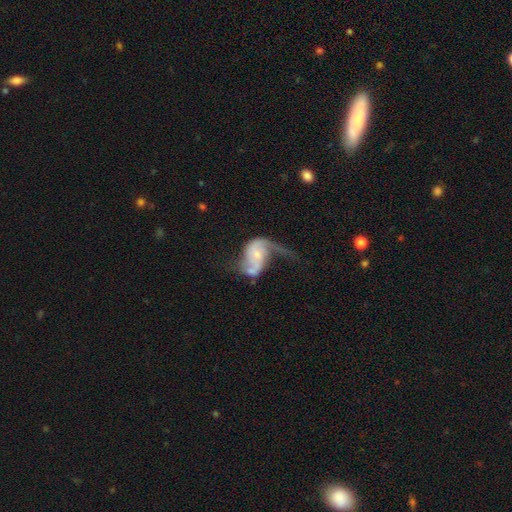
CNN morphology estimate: A featured or disk galaxy (81%) with no bar (56%), 2 (82%) loose (74%) spiral arms (90%) and a small central bulge (55%).

Vote fractions:
- Smooth or featured? featured or disk: 81% / smooth: 13% / star or artifact: 6%
- Edge-on disk? no: 97% / yes: 3%
- Bar? no: 56% / weak: 34% / strong: 10%
- Spiral arms? yes: 90% / no: 10%
- Spiral winding? loose: 74% / medium: 21% / tight: 5%
- Spiral arm count? 2: 82% / 1: 11% / can't tell: 4% / 3: 1% / 4: 1% / more than 4: 1%
- Bulge size? small: 55% / moderate: 23% / none: 18% / large: 3% / dominant: 1%
- Merging? major disturbance: 37% / none: 32% / minor disturbance: 19% / merger: 12%